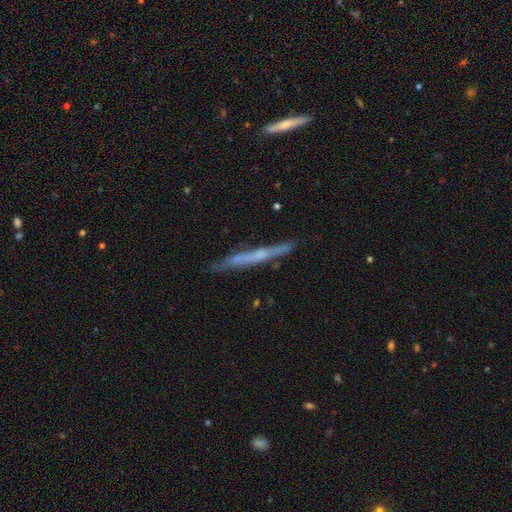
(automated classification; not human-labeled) smooth-or-featured: featured or disk: 62% | smooth: 31% | star or artifact: 7%
  disk-edge-on: yes: 95% | no: 5%
    edge-on-bulge: none: 62% | rounded: 31% | boxy: 7%
  merging: none: 82% | minor disturbance: 14% | major disturbance: 2% | merger: 2%